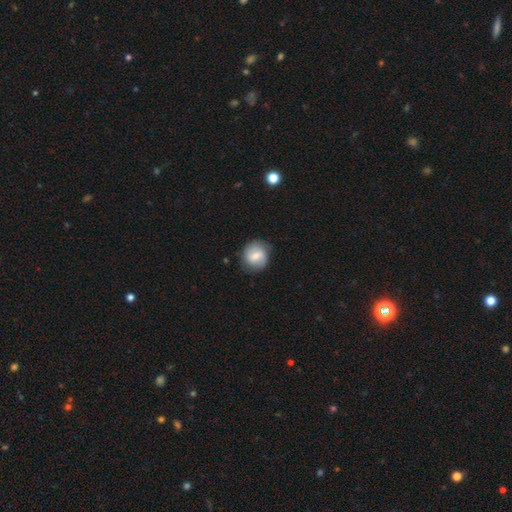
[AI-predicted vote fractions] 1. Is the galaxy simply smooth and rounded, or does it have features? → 65% smooth, 28% featured or disk, 7% star or artifact.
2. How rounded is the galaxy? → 80% round, 19% in between, 1% cigar-shaped.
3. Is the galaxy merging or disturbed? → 78% none, 16% minor disturbance, 4% major disturbance, 1% merger.